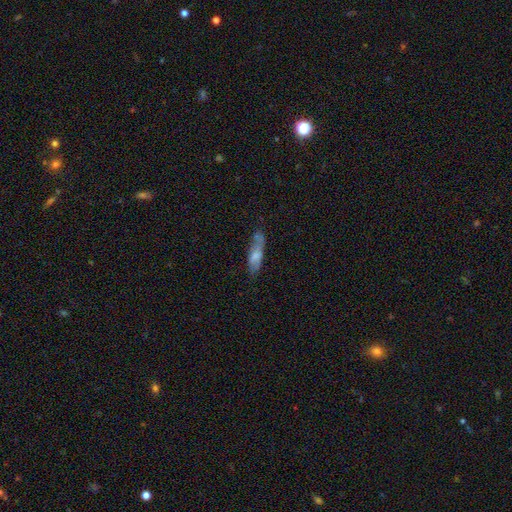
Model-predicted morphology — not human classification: The model was most divided on "how rounded": cigar-shaped: 54%, in between: 44%, round: 2%. More confident: smooth or featured — smooth (65%); merging — none (58%).